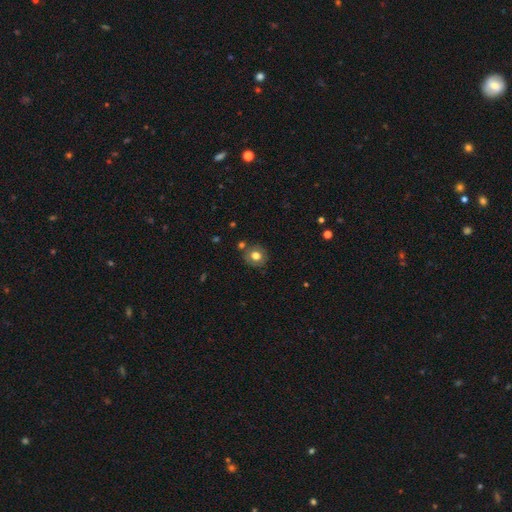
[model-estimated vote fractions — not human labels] Q: Smooth or featured?
A: smooth (71%); runner-up: featured or disk (18%)
Q: How rounded?
A: round (82%); runner-up: in between (17%)
Q: Merging?
A: none (78%); runner-up: minor disturbance (12%)